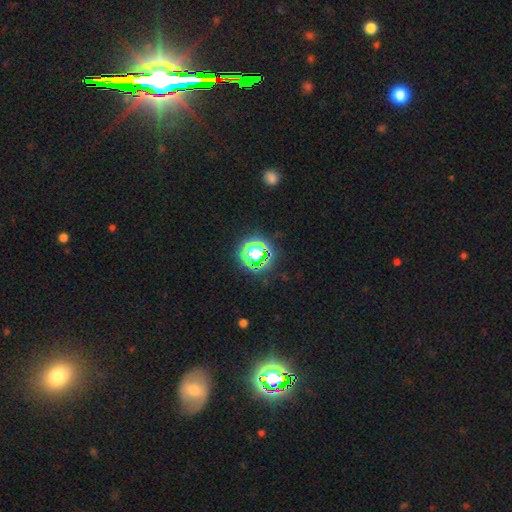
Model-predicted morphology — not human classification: The model was most divided on "smooth or featured": star or artifact: 75%, smooth: 18%, featured or disk: 7%.